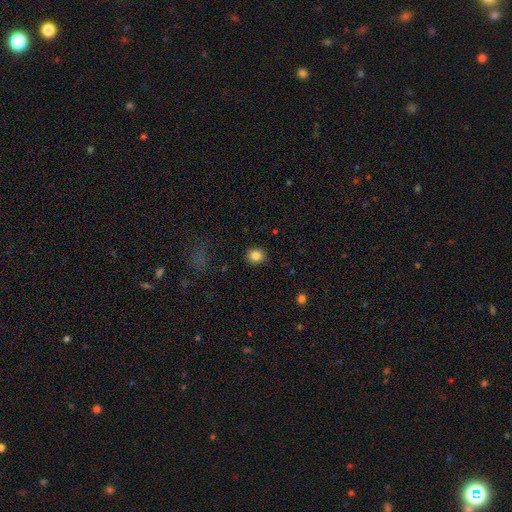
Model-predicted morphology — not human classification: Smooth or featured: smooth — 84% (star or artifact — 11%)
How rounded: round — 84% (in between — 15%)
Merging: none — 90% (minor disturbance — 7%)